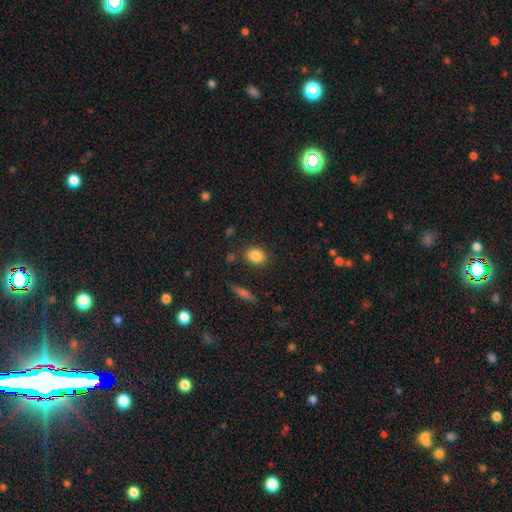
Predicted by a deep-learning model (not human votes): smooth_or_featured: smooth (p=0.85) [alt: star or artifact p=0.09]
how_rounded: in between (p=0.56) [alt: round p=0.42]
merging: none (p=0.84) [alt: minor disturbance p=0.10]